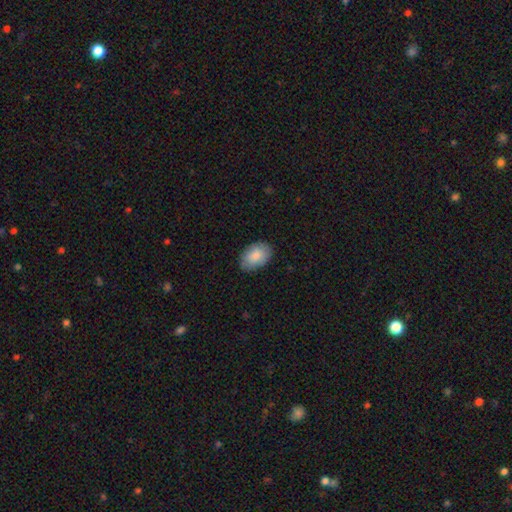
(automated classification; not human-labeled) This is clearly a smooth galaxy (87%). How rounded: clearly in between (91%). Merging: clearly none (83%).